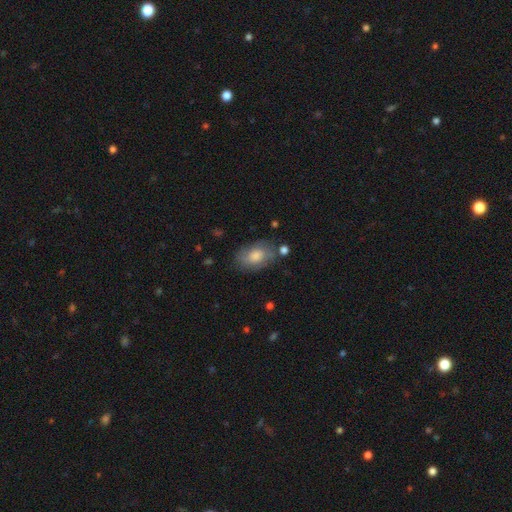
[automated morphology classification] type=smooth (62%); roundness=in between (87%); merging=none (70%).